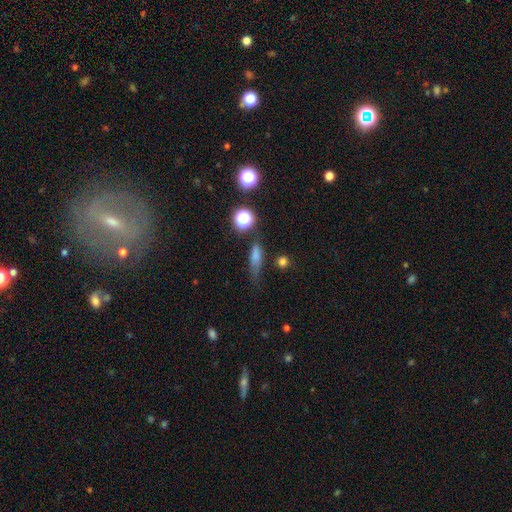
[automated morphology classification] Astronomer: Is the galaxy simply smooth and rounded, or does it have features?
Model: smooth — 69%.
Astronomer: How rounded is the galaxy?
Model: cigar-shaped — 48% (runner-up: in between, 40%).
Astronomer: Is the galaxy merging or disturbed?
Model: none — 56%.